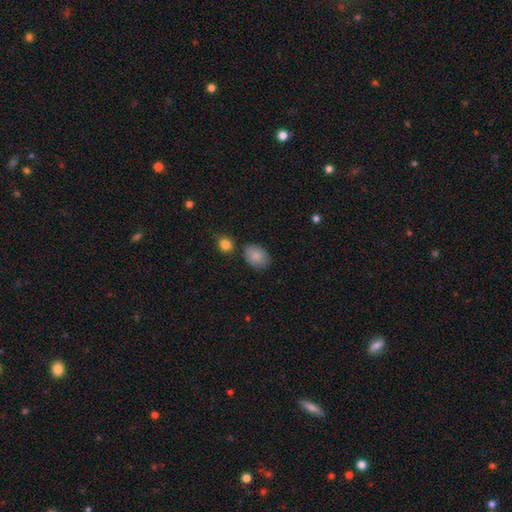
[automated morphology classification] Smooth or featured? Predicted: smooth (p=0.84). How rounded? Predicted: in between (p=0.77). Merging? Predicted: none (p=0.73).